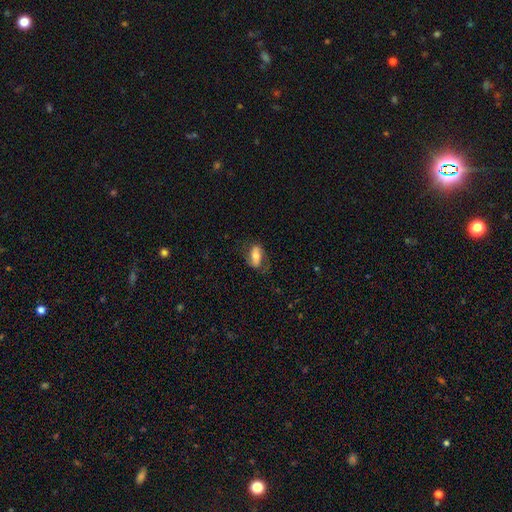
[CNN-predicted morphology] type=smooth (54%); roundness=in between (85%); merging=none (63%).